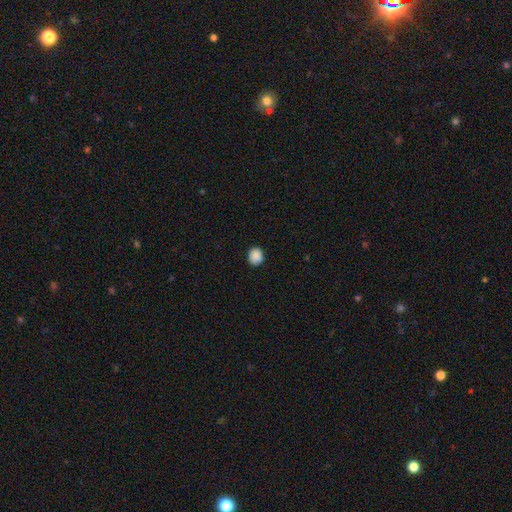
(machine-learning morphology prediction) smooth 88%, star or artifact 9%, featured or disk 3%. Down the decision tree: how rounded — round (72%); merging — none (85%).